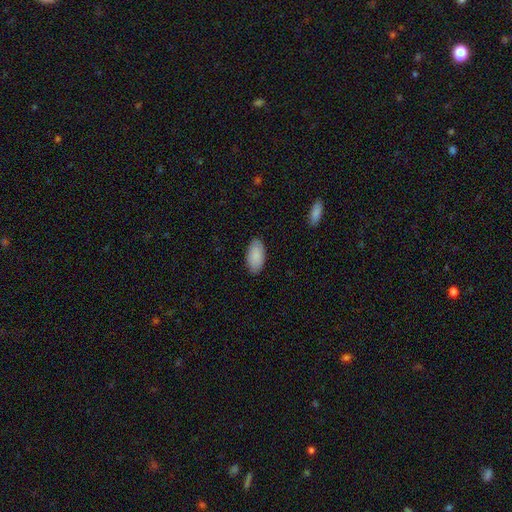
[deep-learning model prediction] A smooth galaxy with no disk features (88%) that is in between round and cigar-shaped (95%).

Vote fractions:
- Smooth or featured? smooth: 88% / featured or disk: 7% / star or artifact: 6%
- How rounded? in between: 95% / cigar-shaped: 3% / round: 2%
- Merging? none: 87% / minor disturbance: 10% / major disturbance: 2% / merger: 1%